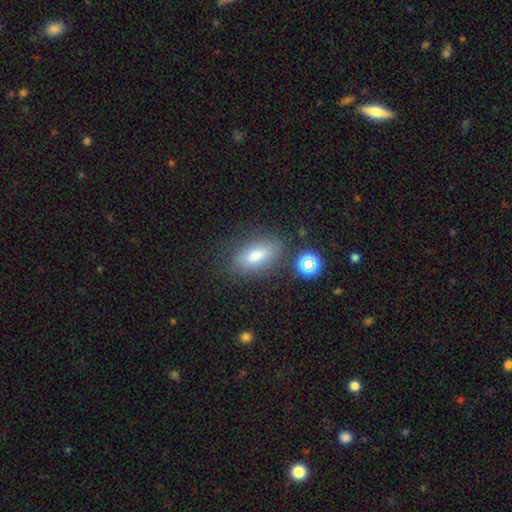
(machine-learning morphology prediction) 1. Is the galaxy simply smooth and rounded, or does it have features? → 75% smooth, 13% featured or disk, 11% star or artifact.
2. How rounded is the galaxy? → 84% in between, 9% cigar-shaped, 7% round.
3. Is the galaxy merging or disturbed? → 78% none, 13% minor disturbance, 5% major disturbance, 4% merger.